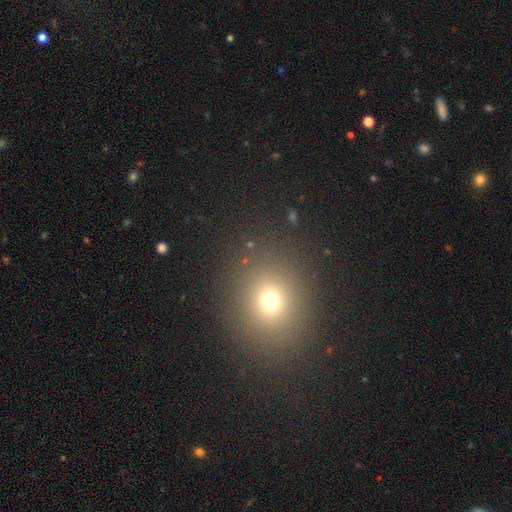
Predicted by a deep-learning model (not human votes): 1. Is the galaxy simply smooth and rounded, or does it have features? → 66% smooth, 26% star or artifact, 8% featured or disk.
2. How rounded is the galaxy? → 68% round, 30% in between, 1% cigar-shaped.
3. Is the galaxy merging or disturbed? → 90% none, 6% minor disturbance, 3% major disturbance, 1% merger.